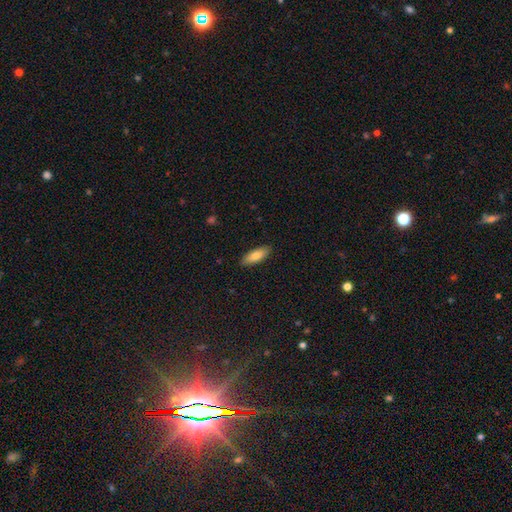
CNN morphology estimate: type=smooth (80%); roundness=in between (65%); merging=none (88%).